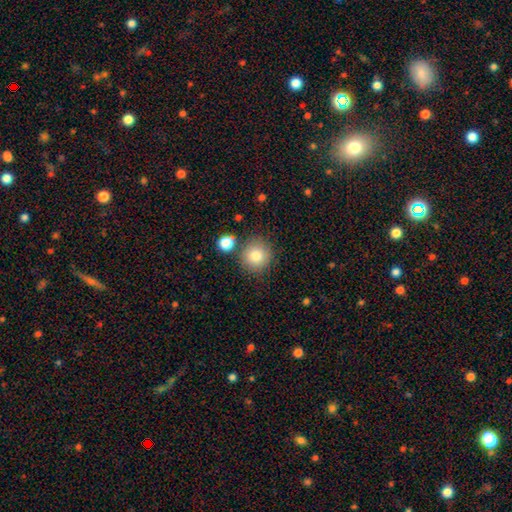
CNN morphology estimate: Smooth or featured? smooth (82%)
How rounded? round (92%)
Merging? none (79%)